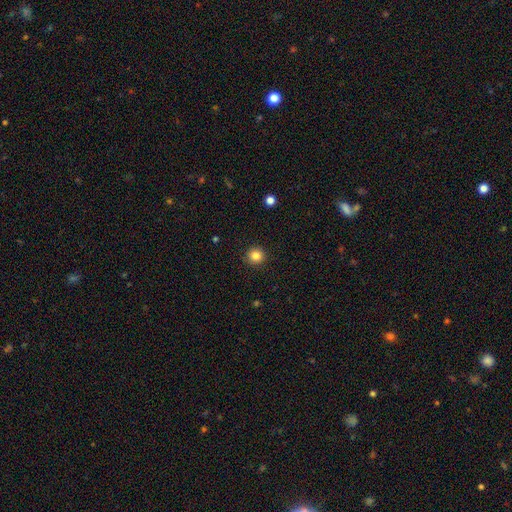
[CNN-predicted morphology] The model was most divided on "smooth or featured": smooth: 84%, star or artifact: 11%, featured or disk: 5%. More confident: how rounded — round (94%); merging — none (92%).